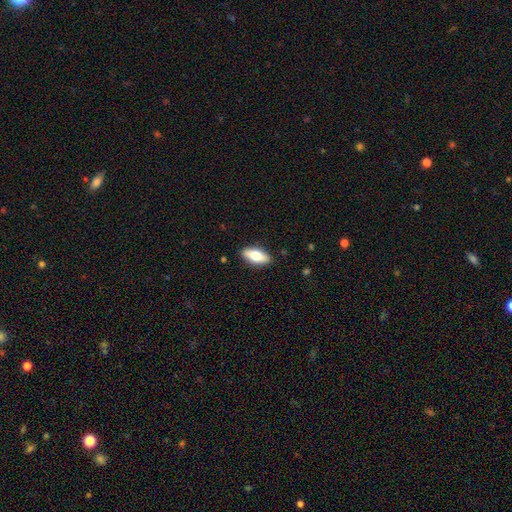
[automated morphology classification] smooth_or_featured: smooth (p=0.71) [alt: featured or disk p=0.22]
how_rounded: in between (p=0.83) [alt: cigar-shaped p=0.14]
merging: none (p=0.88) [alt: minor disturbance p=0.09]